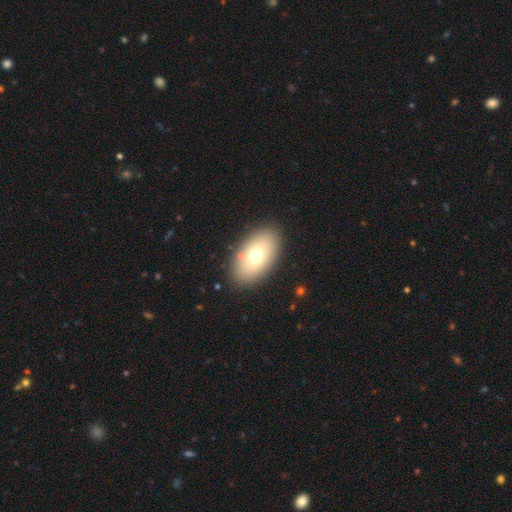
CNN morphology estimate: Q: Smooth or featured?
A: smooth (71%); runner-up: featured or disk (20%)
Q: How rounded?
A: in between (92%); runner-up: round (6%)
Q: Merging?
A: none (87%); runner-up: minor disturbance (8%)